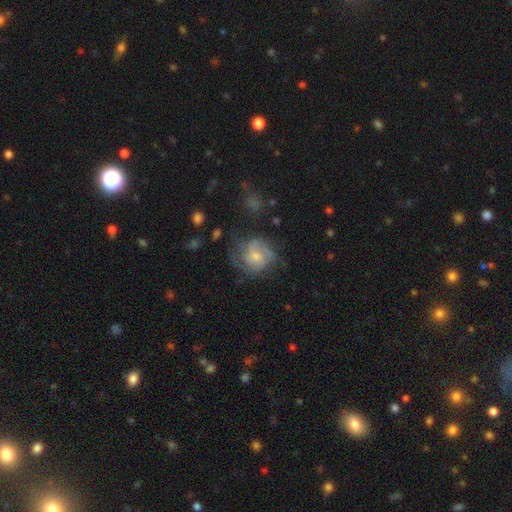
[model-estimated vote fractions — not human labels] smooth_or_featured: featured or disk (p=0.60) [alt: smooth p=0.32]
disk_edge_on: no (p=0.98) [alt: yes p=0.02]
bar: no (p=0.69) [alt: weak p=0.27]
has_spiral_arms: yes (p=0.77) [alt: no p=0.23]
bulge_size: small (p=0.46) [alt: moderate p=0.43]
merging: none (p=0.47) [alt: minor disturbance p=0.25]